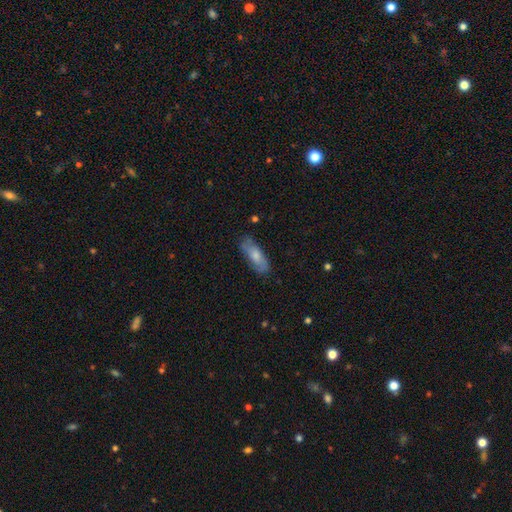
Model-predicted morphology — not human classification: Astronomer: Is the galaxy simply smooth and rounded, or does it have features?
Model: smooth — 65%.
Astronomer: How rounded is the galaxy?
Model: in between — 70%.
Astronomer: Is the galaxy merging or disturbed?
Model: none — 73%.